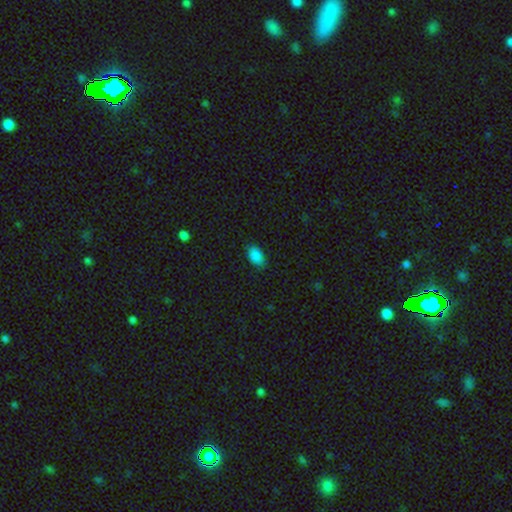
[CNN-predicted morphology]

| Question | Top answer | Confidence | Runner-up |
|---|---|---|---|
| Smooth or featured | smooth | 88% | star or artifact (8%) |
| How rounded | in between | 92% | round (7%) |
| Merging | none | 86% | minor disturbance (11%) |